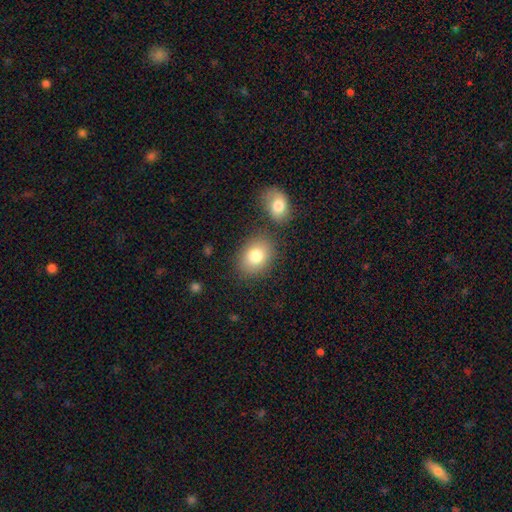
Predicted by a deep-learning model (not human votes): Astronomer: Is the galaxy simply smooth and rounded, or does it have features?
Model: smooth — 81%.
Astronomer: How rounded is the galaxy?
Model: in between — 61% (runner-up: round, 38%).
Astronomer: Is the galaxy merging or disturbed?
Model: none — 75%.